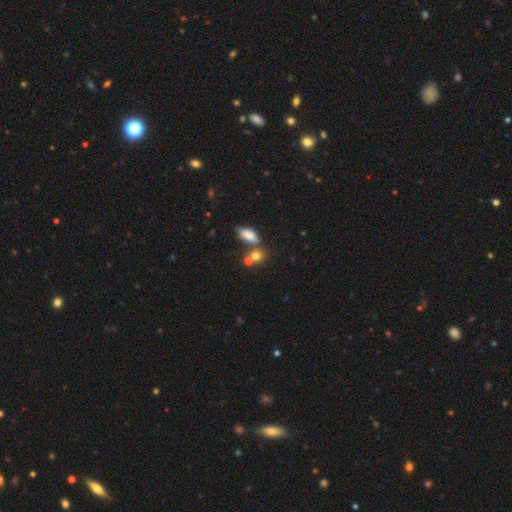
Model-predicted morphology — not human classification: smooth-or-featured: smooth: 76% | star or artifact: 13% | featured or disk: 10%
  how-rounded: round: 52% | in between: 44% | cigar-shaped: 5%
  merging: none: 48% | merger: 36% | minor disturbance: 12% | major disturbance: 5%